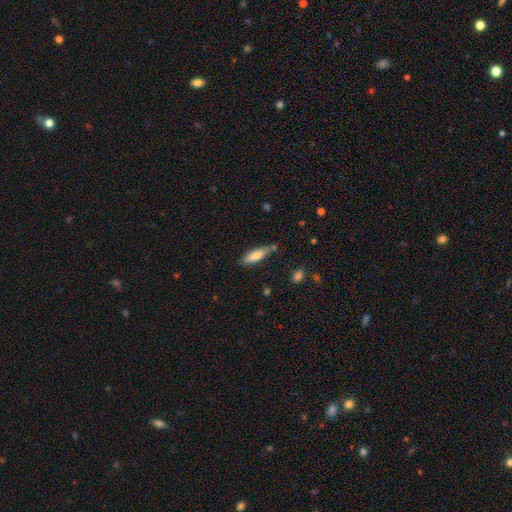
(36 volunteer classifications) A smooth galaxy with no disk features (81%) that is cigar-shaped (72%).

Vote fractions:
- Smooth or featured? smooth: 81% / featured or disk: 14% / star or artifact: 6%
- How rounded? cigar-shaped: 72% / in between: 28% / round: 0%
- Merging? none: 47% / minor disturbance: 32% / merger: 21% / major disturbance: 0%